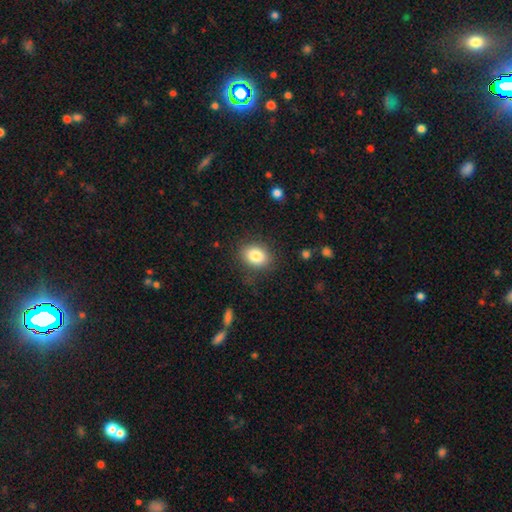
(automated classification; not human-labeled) Overall: smooth (84%). How rounded: in between (60%; round 39%). Merging: none (83%).